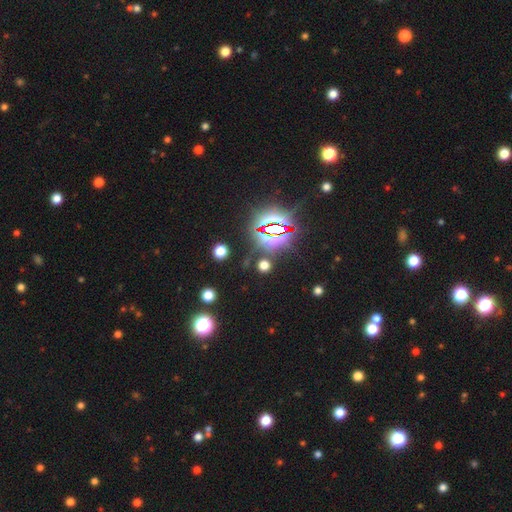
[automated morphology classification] This is clearly a star or artifact rather than a galaxy (82%).